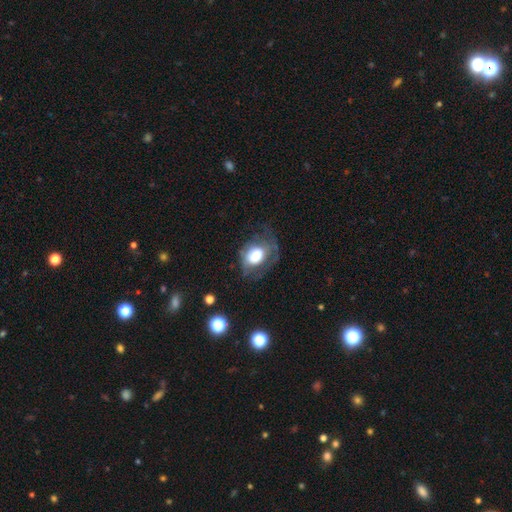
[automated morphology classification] This appears to be a smooth galaxy with no disk features (52%) that is in between round and cigar-shaped (62%). Merging: none (38%).